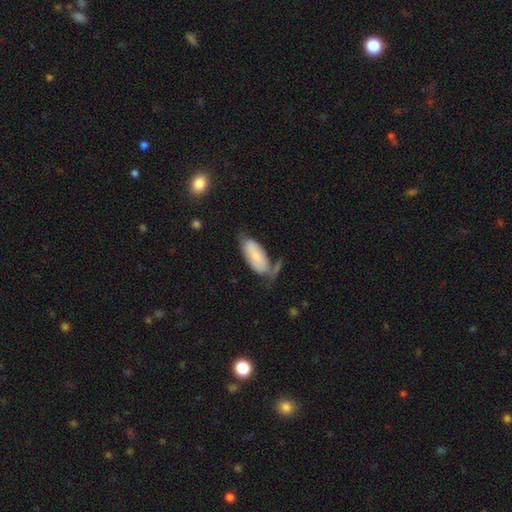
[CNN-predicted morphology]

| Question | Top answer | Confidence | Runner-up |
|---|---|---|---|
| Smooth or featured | smooth | 71% | featured or disk (23%) |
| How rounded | in between | 87% | cigar-shaped (11%) |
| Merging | none | 39% | minor disturbance (30%) |